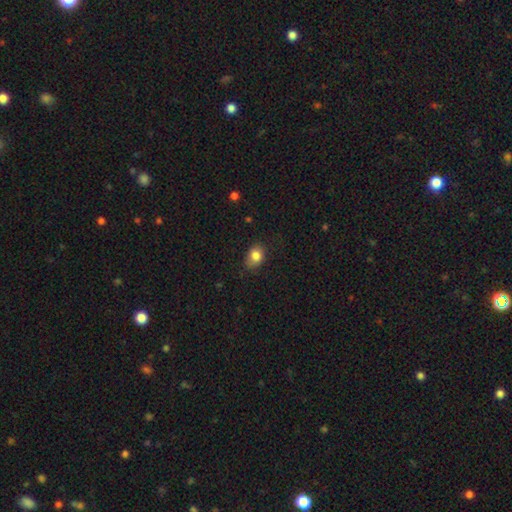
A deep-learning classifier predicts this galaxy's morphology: The model was most divided on "how rounded": in between: 58%, round: 41%, cigar-shaped: 1%. More confident: smooth or featured — smooth (83%); merging — none (67%).